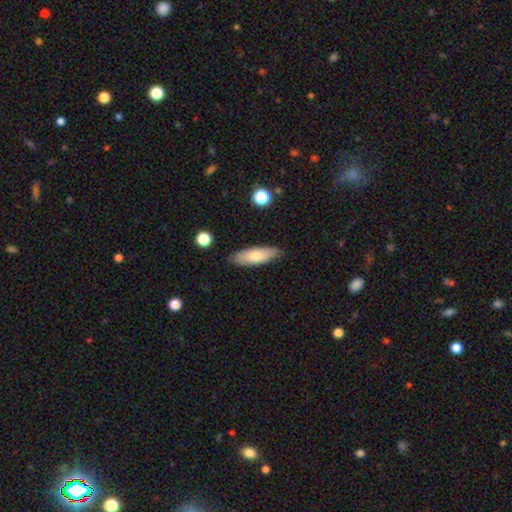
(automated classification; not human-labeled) This appears to be a smooth galaxy with no disk features (71%) that is in between round and cigar-shaped (55%). Merging: none (84%).